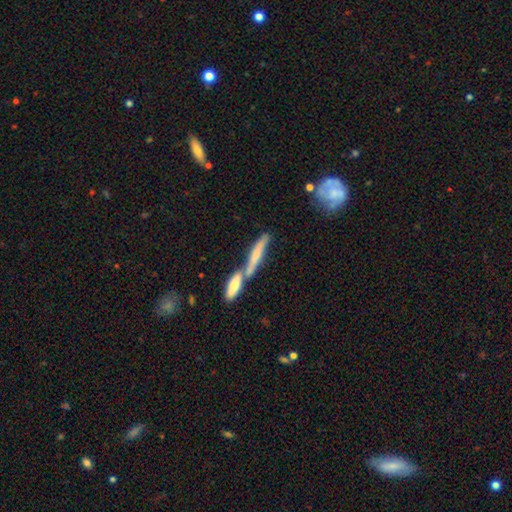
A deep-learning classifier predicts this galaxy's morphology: smooth-or-featured: smooth: 56% | featured or disk: 36% | star or artifact: 8%
  how-rounded: cigar-shaped: 80% | in between: 17% | round: 2%
  merging: merger: 52% | none: 35% | minor disturbance: 9% | major disturbance: 4%